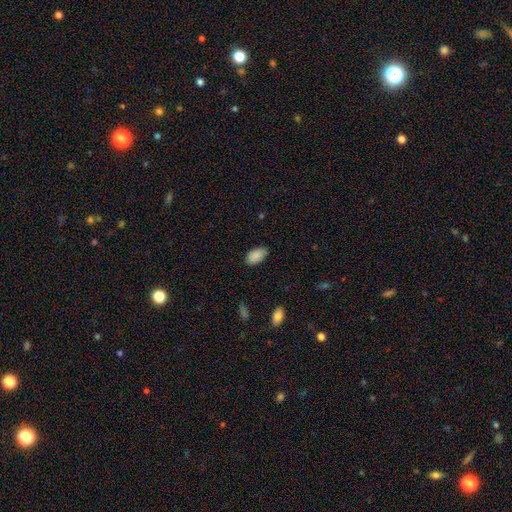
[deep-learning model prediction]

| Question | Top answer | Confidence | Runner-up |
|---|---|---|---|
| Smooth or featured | smooth | 89% | star or artifact (7%) |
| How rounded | in between | 95% | round (3%) |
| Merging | none | 84% | minor disturbance (13%) |